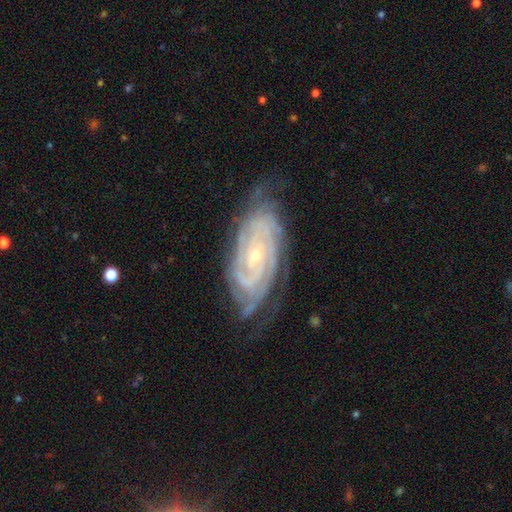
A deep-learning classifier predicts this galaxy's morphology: Smooth or featured?
  - featured or disk: 89% *
  - star or artifact: 6%
  - smooth: 5%
Edge-on disk?
  - no: 95% *
  - yes: 5%
Bar?
  - no: 60% *
  - weak: 28%
  - strong: 12%
Spiral arms?
  - yes: 98% *
  - no: 2%
Spiral winding?
  - tight: 81% *
  - medium: 17%
  - loose: 3%
Spiral arm count?
  - 4: 23% *
  - can't tell: 22%
  - 3: 20%
  - 2: 19%
  - more than 4: 10%
  - 1: 6%
Bulge size?
  - small: 73% *
  - moderate: 23%
  - none: 1%
  - large: 1%
  - dominant: 1%
Merging?
  - none: 72% *
  - minor disturbance: 20%
  - major disturbance: 7%
  - merger: 1%